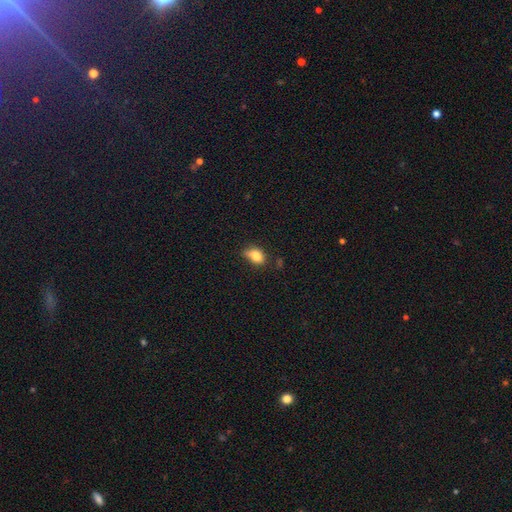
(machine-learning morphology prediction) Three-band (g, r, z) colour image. It shows a smooth galaxy with no disk features (81%) that is in between round and cigar-shaped (82%). Merging: none (44%).